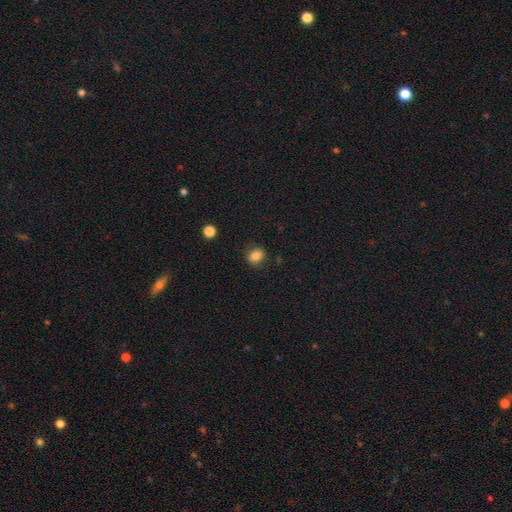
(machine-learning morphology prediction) Smooth or featured: smooth — 84% (star or artifact — 11%)
How rounded: in between — 50% (round — 49%)
Merging: none — 82% (minor disturbance — 13%)